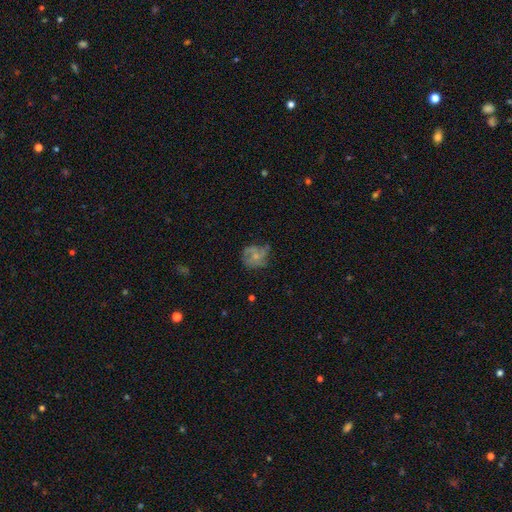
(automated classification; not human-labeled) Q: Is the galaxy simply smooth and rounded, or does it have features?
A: featured or disk — 52%.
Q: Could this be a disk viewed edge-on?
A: no — 98%.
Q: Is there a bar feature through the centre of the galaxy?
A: no — 84%.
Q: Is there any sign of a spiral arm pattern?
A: yes — 55%.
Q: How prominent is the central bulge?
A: small — 52%.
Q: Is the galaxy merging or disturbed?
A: none — 50%.